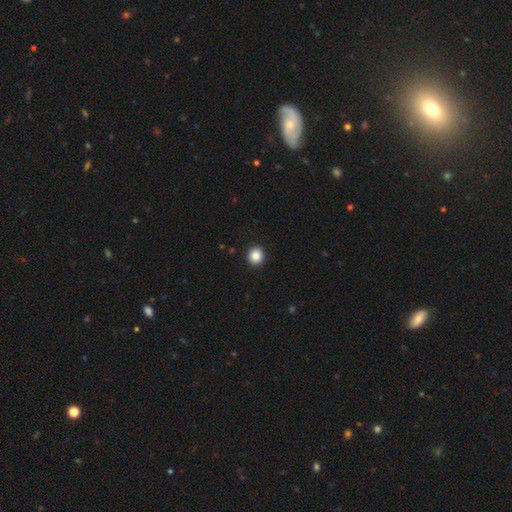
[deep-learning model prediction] Morphology: type=smooth (87%); roundness=round (90%); merging=none (93%).